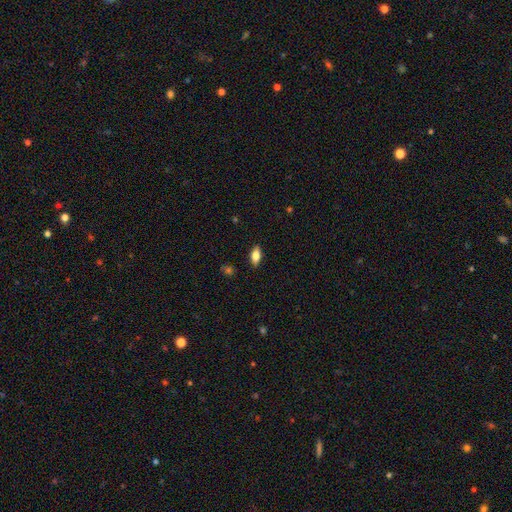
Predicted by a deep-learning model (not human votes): Smooth or featured? smooth (69%)
How rounded? in between (84%)
Merging? none (87%)